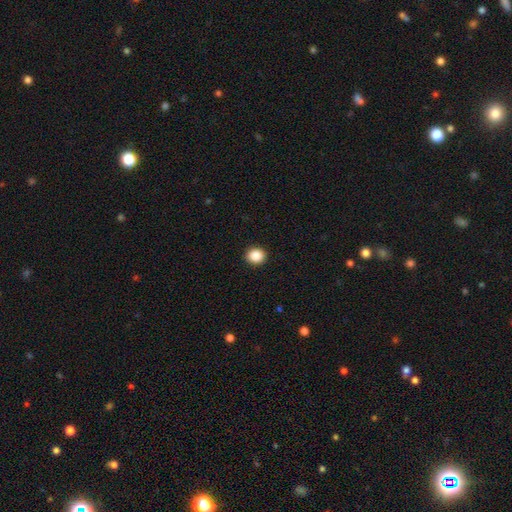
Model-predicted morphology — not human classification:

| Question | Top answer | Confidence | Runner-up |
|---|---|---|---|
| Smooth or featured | smooth | 87% | star or artifact (9%) |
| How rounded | round | 78% | in between (21%) |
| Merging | none | 92% | minor disturbance (5%) |